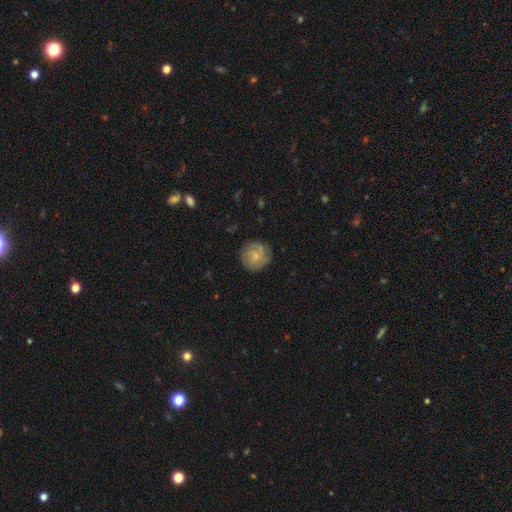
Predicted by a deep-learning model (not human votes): A featured or disk galaxy (58%) with no bar (73%), tight (58%) spiral arms (89%) and a small central bulge (70%).

Vote fractions:
- Smooth or featured? featured or disk: 58% / smooth: 35% / star or artifact: 7%
- Edge-on disk? no: 98% / yes: 2%
- Bar? no: 73% / weak: 24% / strong: 3%
- Spiral arms? yes: 89% / no: 11%
- Spiral winding? tight: 58% / medium: 33% / loose: 9%
- Spiral arm count? can't tell: 30% / 2: 28% / 3: 24% / 4: 8% / 1: 5% / more than 4: 5%
- Bulge size? small: 70% / moderate: 20% / none: 7% / large: 1% / dominant: 1%
- Merging? none: 80% / minor disturbance: 15% / major disturbance: 4% / merger: 1%